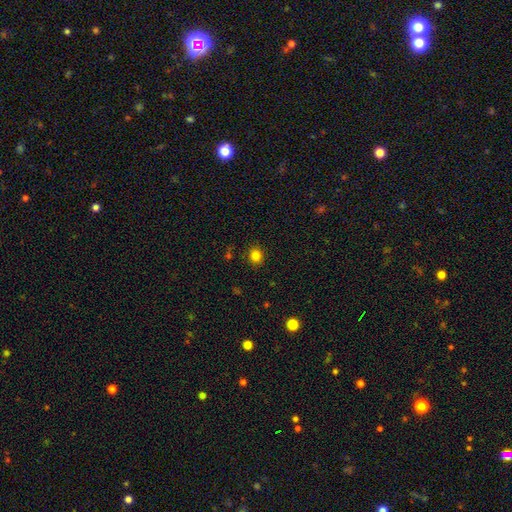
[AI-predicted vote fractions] A smooth galaxy with no disk features (82%) that is round (75%).

Vote fractions:
- Smooth or featured? smooth: 82% / star or artifact: 13% / featured or disk: 4%
- How rounded? round: 75% / in between: 24% / cigar-shaped: 1%
- Merging? none: 88% / minor disturbance: 8% / major disturbance: 2% / merger: 1%